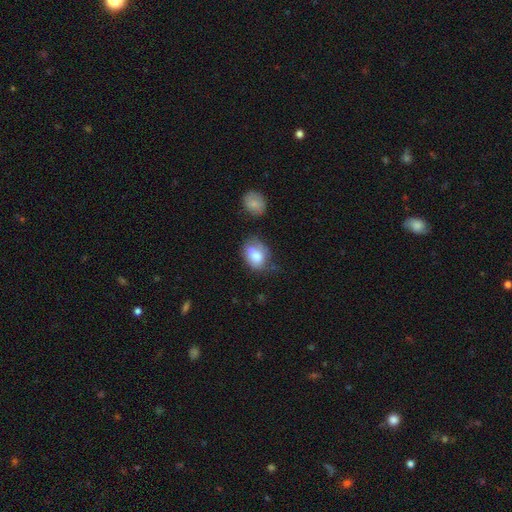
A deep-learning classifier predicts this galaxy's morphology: Smooth or featured: smooth — 69% (featured or disk — 22%)
How rounded: in between — 65% (round — 34%)
Merging: none — 36% (merger — 27%)